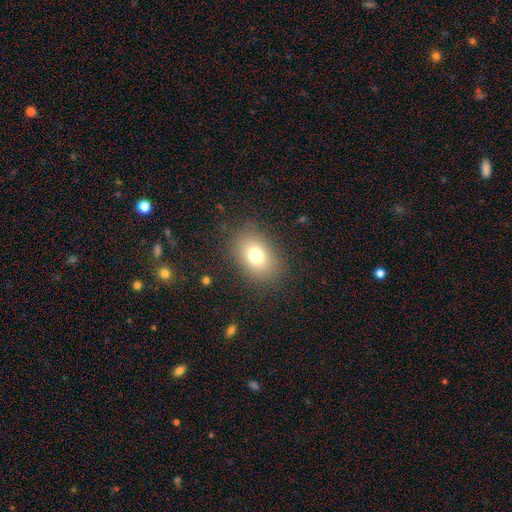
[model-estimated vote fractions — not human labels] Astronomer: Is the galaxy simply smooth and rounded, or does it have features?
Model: smooth — 76%.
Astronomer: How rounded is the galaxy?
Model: in between — 75%.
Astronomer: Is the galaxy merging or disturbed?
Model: none — 84%.